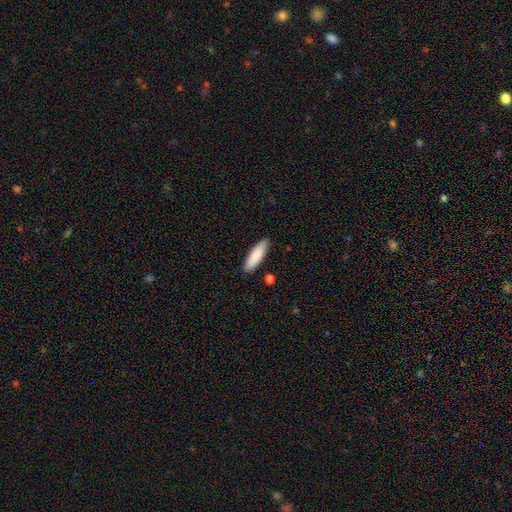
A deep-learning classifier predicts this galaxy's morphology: Smooth or featured: smooth — 88% (featured or disk — 7%)
How rounded: cigar-shaped — 53% (in between — 45%)
Merging: none — 88% (minor disturbance — 9%)